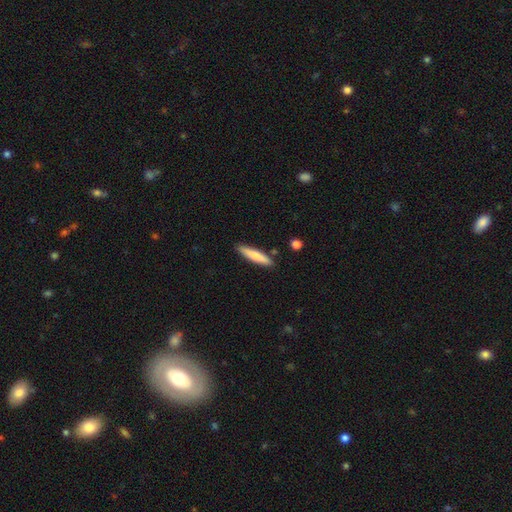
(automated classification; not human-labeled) A smooth galaxy with no disk features (76%) that is cigar-shaped (87%). Merging: none (86%).